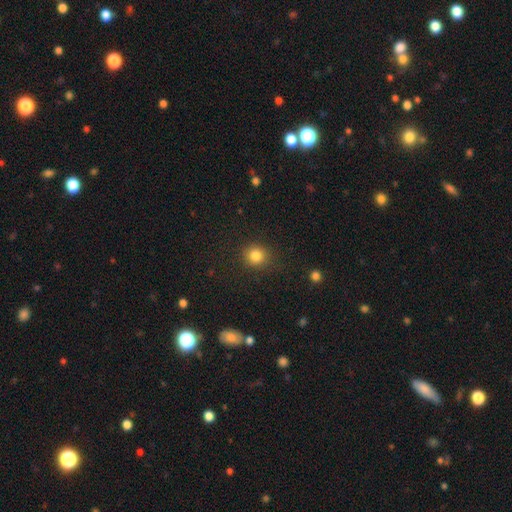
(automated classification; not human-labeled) Morphology: type=smooth (83%); roundness=round (87%); merging=none (86%).